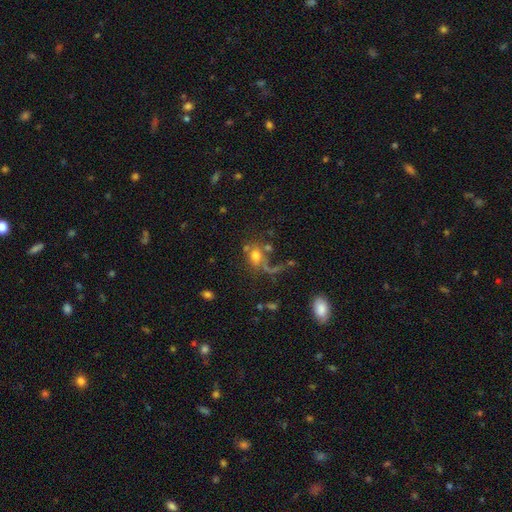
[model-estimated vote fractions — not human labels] A smooth galaxy with no disk features (55%) that is in between round and cigar-shaped (54%). Merging: none (33%).